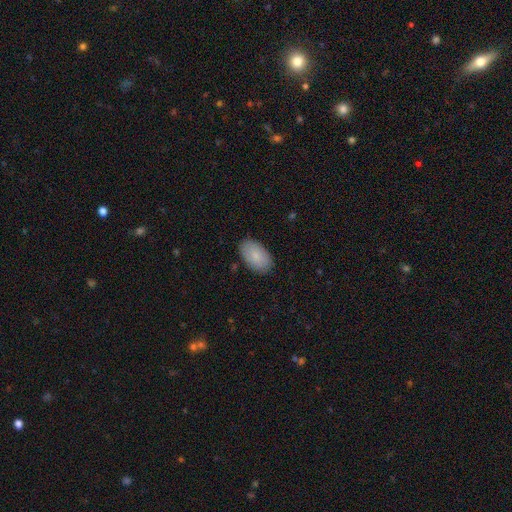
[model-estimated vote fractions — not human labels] smooth_or_featured: smooth (p=0.85) [alt: featured or disk p=0.09]
how_rounded: in between (p=0.95) [alt: round p=0.04]
merging: none (p=0.87) [alt: minor disturbance p=0.10]